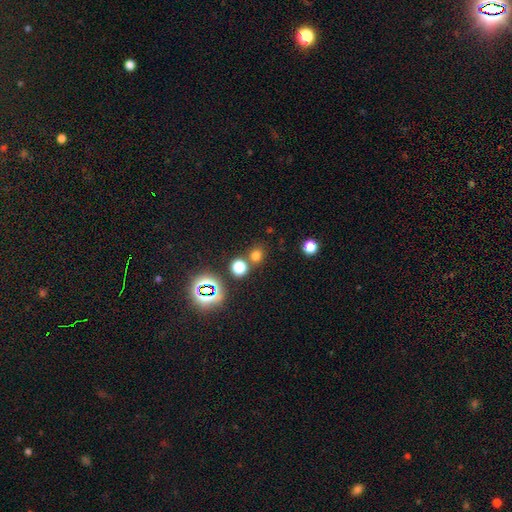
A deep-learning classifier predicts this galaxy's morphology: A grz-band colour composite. It shows a smooth galaxy with no disk features (67%) that is round (82%). Merging: none (75%).